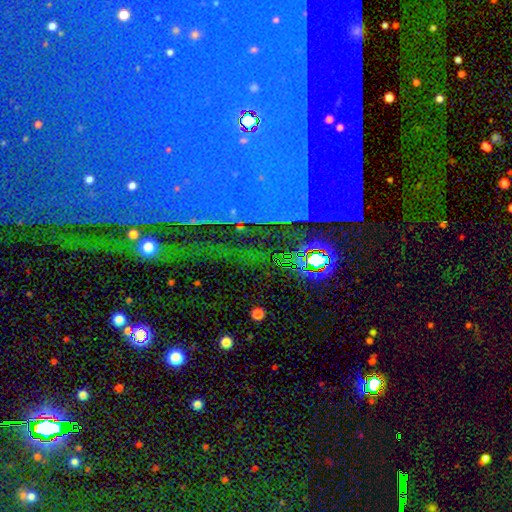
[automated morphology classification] smooth-or-featured: star or artifact: 79% | featured or disk: 12% | smooth: 9%